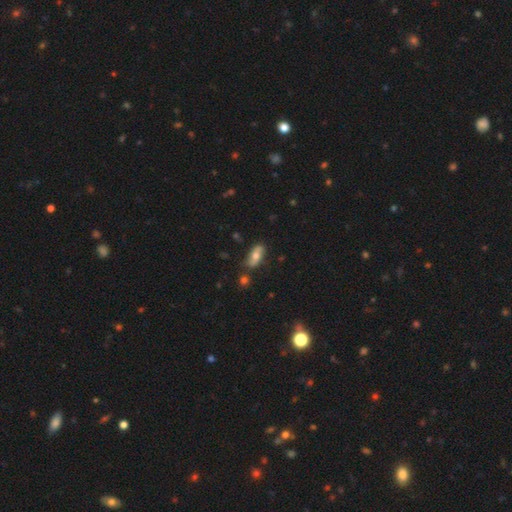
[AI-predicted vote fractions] Smooth or featured?
  - smooth: 54% *
  - featured or disk: 38%
  - star or artifact: 8%
How rounded?
  - in between: 79% *
  - cigar-shaped: 16%
  - round: 5%
Merging?
  - none: 71% *
  - minor disturbance: 19%
  - major disturbance: 5%
  - merger: 5%